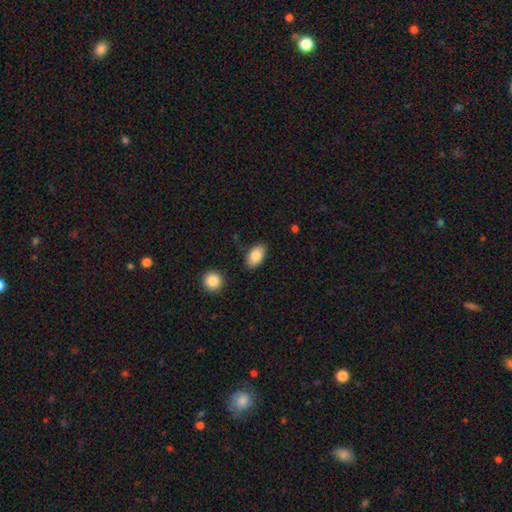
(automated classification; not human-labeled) smooth 85%, featured or disk 8%, star or artifact 7%. Down the decision tree: how rounded — in between (92%); merging — none (83%).